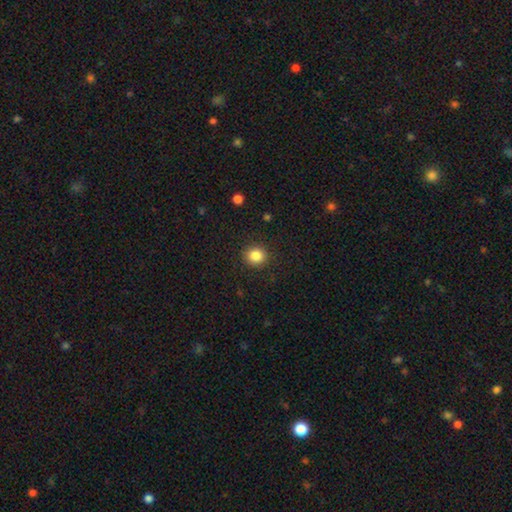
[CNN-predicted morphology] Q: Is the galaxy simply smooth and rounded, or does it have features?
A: smooth — 85%.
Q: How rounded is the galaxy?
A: round — 85%.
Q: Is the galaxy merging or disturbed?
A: none — 90%.